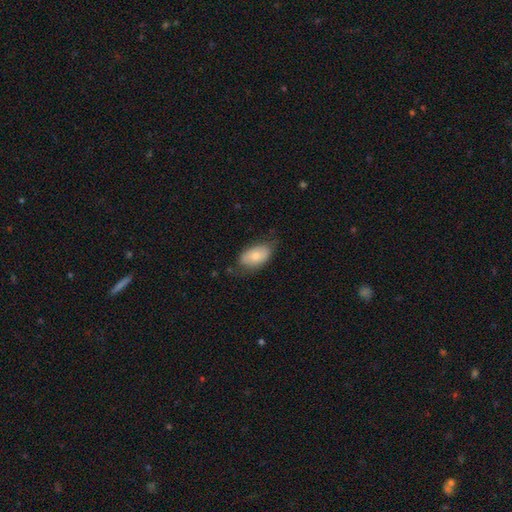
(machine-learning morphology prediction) smooth_or_featured: smooth (p=0.73) [alt: featured or disk p=0.21]
how_rounded: in between (p=0.93) [alt: round p=0.05]
merging: none (p=0.65) [alt: minor disturbance p=0.27]